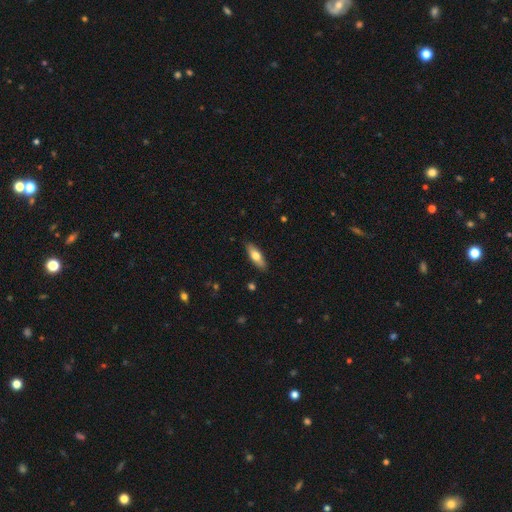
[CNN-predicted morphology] The model was most divided on "how rounded": in between: 56%, cigar-shaped: 42%, round: 2%. More confident: merging — none (89%); smooth or featured — smooth (65%).